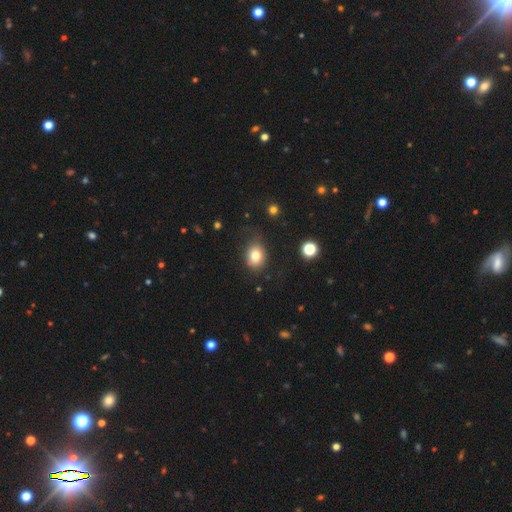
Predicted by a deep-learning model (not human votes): smooth 78%, star or artifact 11%, featured or disk 11%. Down the decision tree: how rounded — in between (55%); merging — none (67%).